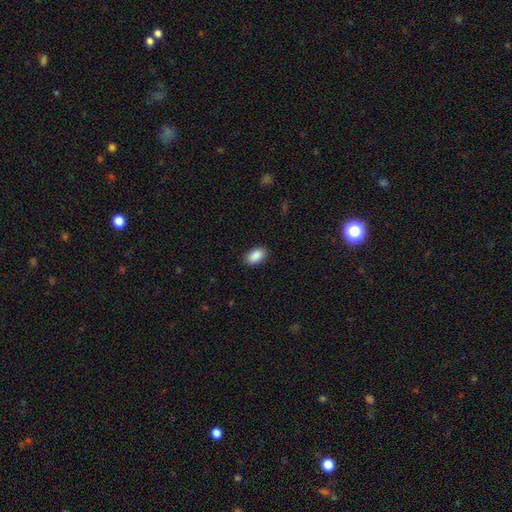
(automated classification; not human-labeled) Morphology: type=smooth (90%); roundness=in between (92%); merging=none (88%).